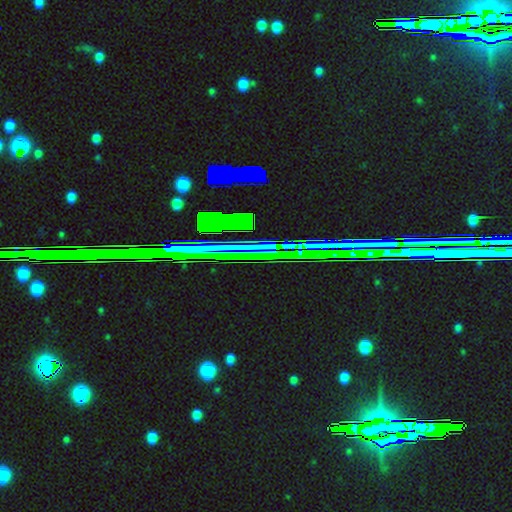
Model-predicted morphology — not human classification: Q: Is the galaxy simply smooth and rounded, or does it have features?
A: star or artifact — 80%.